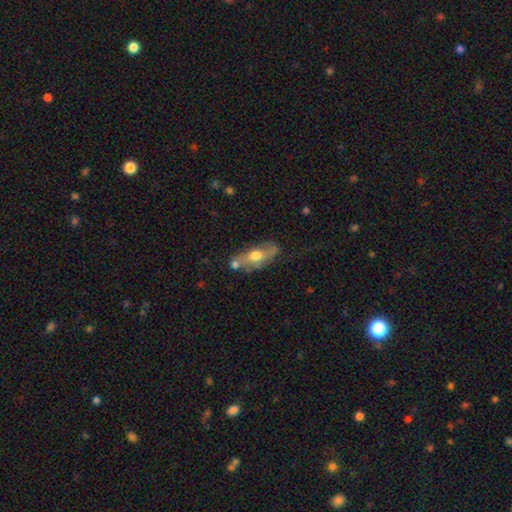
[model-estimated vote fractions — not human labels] Q: Smooth or featured?
A: smooth (50%); runner-up: featured or disk (43%)
Q: Merging?
A: none (60%); runner-up: minor disturbance (20%)